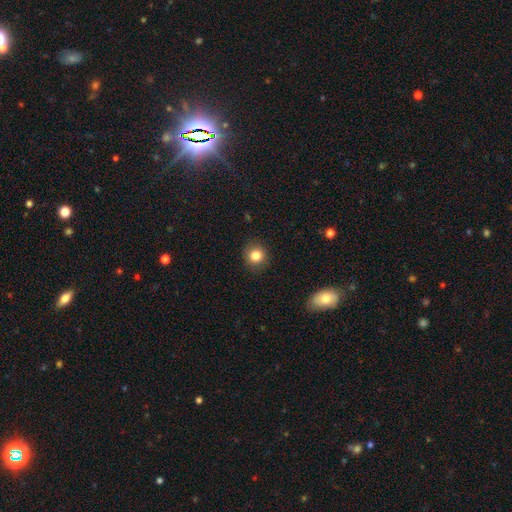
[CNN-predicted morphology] Smooth or featured: smooth — 84% (star or artifact — 11%)
How rounded: round — 89% (in between — 10%)
Merging: none — 89% (minor disturbance — 8%)